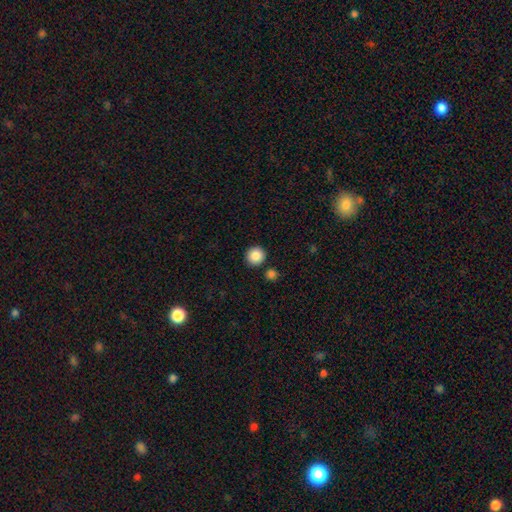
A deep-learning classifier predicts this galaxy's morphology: A smooth galaxy with no disk features (88%) that is round (94%).

Vote fractions:
- Smooth or featured? smooth: 88% / star or artifact: 9% / featured or disk: 3%
- How rounded? round: 94% / in between: 5% / cigar-shaped: 1%
- Merging? none: 88% / minor disturbance: 6% / merger: 4% / major disturbance: 2%